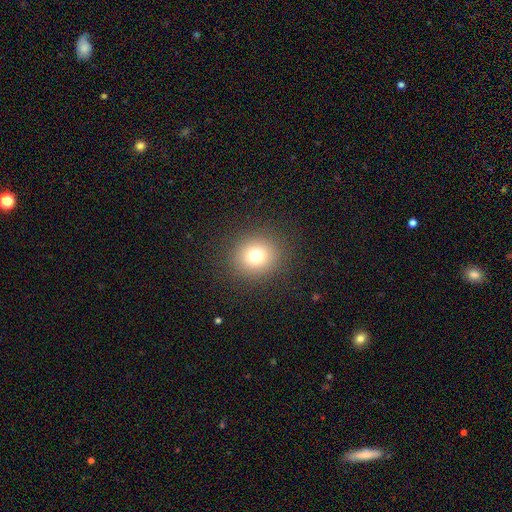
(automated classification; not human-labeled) smooth 75%, star or artifact 15%, featured or disk 10%. Down the decision tree: how rounded — round (86%); merging — none (89%).